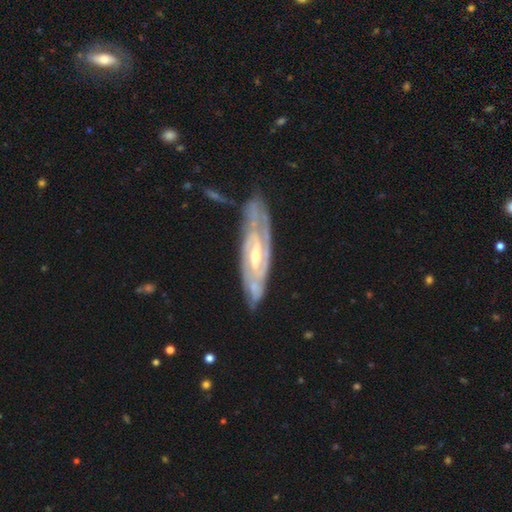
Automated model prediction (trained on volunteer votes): featured or disk 88%, smooth 7%, star or artifact 5%. Down the decision tree: edge-on disk — no (84%); bar — weak (46%); spiral arms — yes (95%); spiral arm count — 2 (55%); spiral winding — tight (62%); bulge size — small (50%); merging — none (70%).